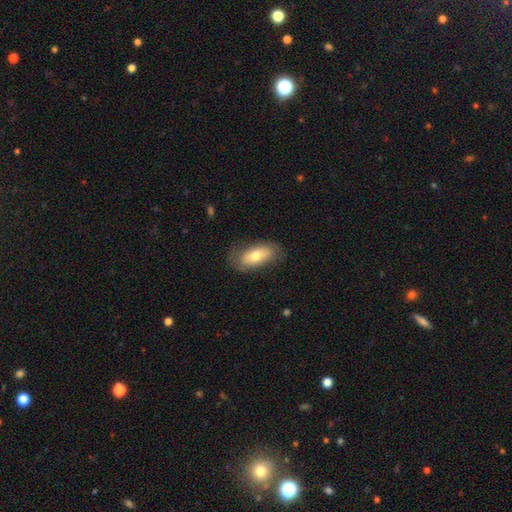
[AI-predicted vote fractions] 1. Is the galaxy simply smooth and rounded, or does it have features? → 67% smooth, 27% featured or disk, 7% star or artifact.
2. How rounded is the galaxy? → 85% in between, 11% cigar-shaped, 4% round.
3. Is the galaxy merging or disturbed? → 75% none, 18% minor disturbance, 6% major disturbance, 1% merger.